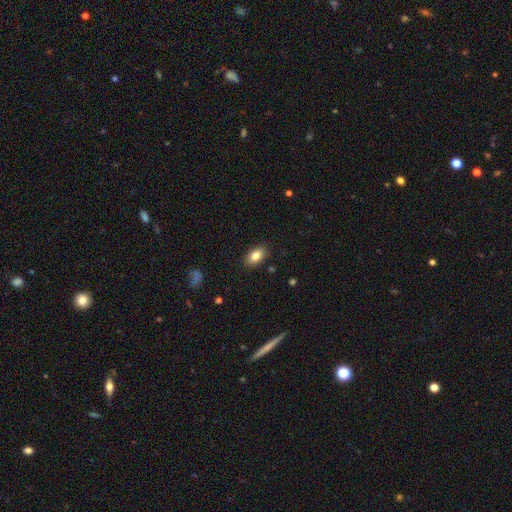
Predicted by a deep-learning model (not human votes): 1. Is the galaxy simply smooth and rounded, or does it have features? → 84% smooth, 8% featured or disk, 8% star or artifact.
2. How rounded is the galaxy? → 91% in between, 7% round, 2% cigar-shaped.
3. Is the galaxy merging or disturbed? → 87% none, 9% minor disturbance, 2% major disturbance, 1% merger.